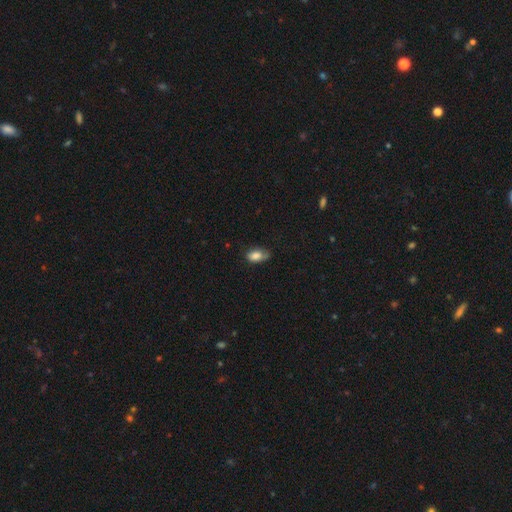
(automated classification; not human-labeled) The model was most divided on "merging": none: 51%, minor disturbance: 37%, major disturbance: 10%, merger: 2%. More confident: how rounded — in between (90%); smooth or featured — smooth (81%).